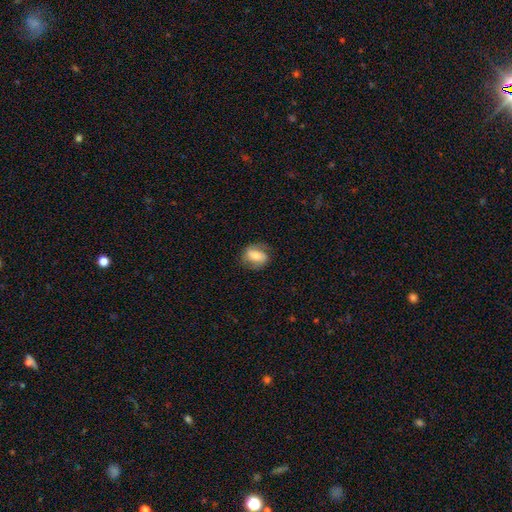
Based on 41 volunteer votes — Overall: smooth (63%; featured or disk 27%). How rounded: in between (81%). Merging: none (76%).